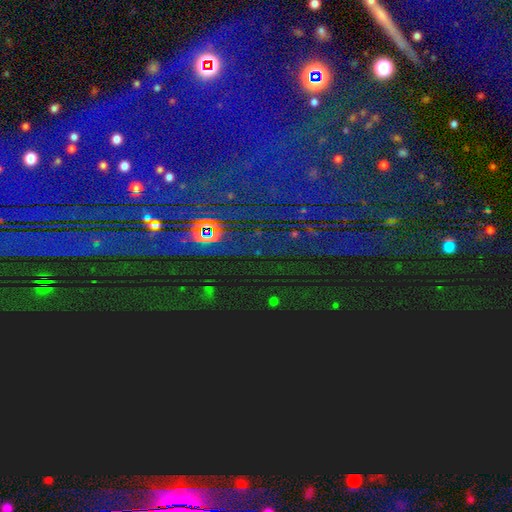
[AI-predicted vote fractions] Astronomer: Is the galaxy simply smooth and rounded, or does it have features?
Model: star or artifact — 84%.